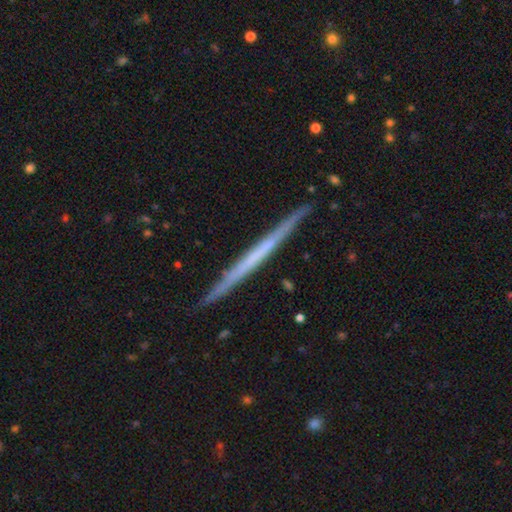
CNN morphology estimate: Smooth or featured: featured or disk — 58% (smooth — 37%)
Edge-on disk: yes — 98% (no — 2%)
Edge-on bulge: none — 91% (rounded — 6%)
Merging: none — 91% (minor disturbance — 7%)